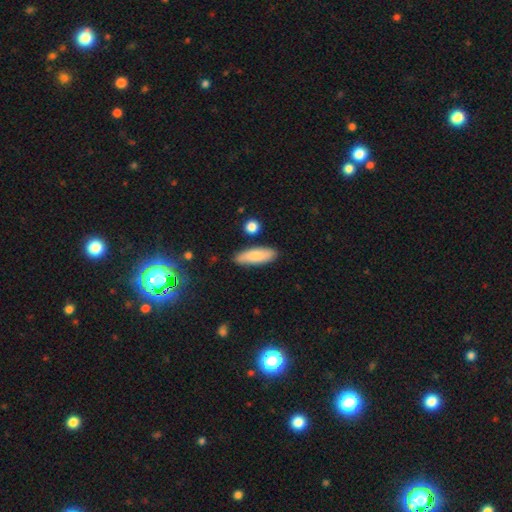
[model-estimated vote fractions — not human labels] A smooth galaxy with no disk features (81%) that is in between round and cigar-shaped (59%). Merging: none (84%).